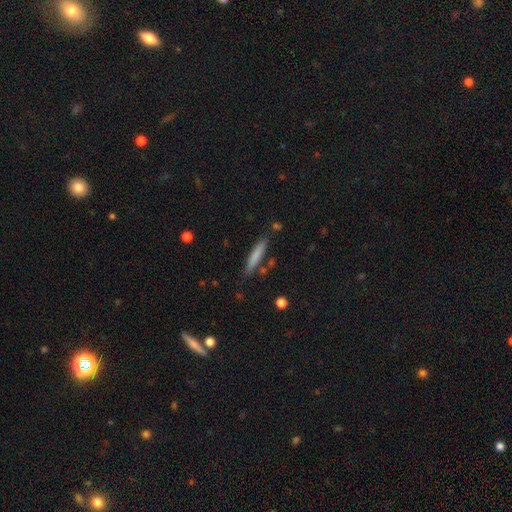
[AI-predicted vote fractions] Q: Smooth or featured?
A: smooth (74%); runner-up: featured or disk (20%)
Q: How rounded?
A: cigar-shaped (91%); runner-up: in between (7%)
Q: Merging?
A: none (82%); runner-up: minor disturbance (12%)